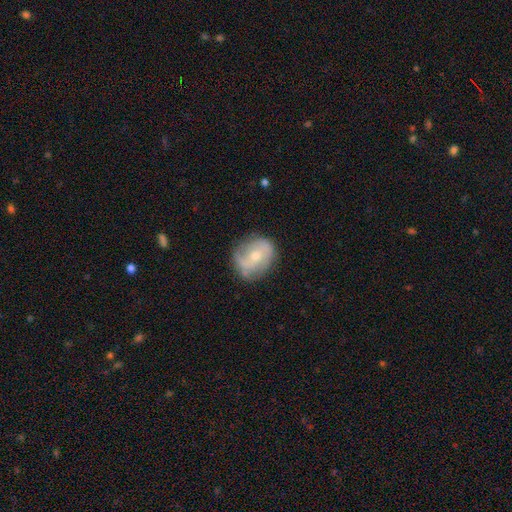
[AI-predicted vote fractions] Q: Smooth or featured?
A: featured or disk (61%); runner-up: smooth (32%)
Q: Edge-on disk?
A: no (97%); runner-up: yes (3%)
Q: Bar?
A: no (53%); runner-up: weak (36%)
Q: Spiral arms?
A: yes (78%); runner-up: no (22%)
Q: Bulge size?
A: small (48%); runner-up: moderate (47%)
Q: Merging?
A: none (66%); runner-up: minor disturbance (23%)